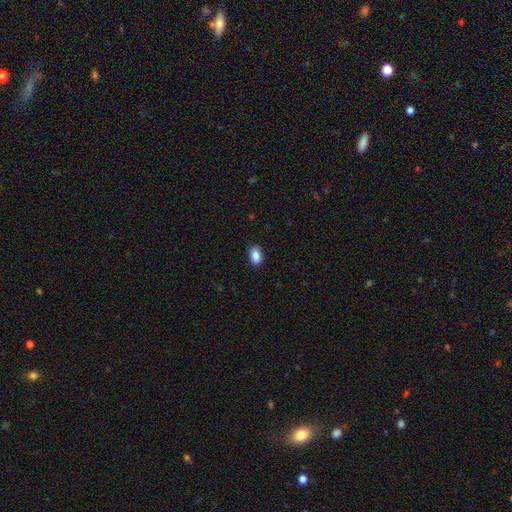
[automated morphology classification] A smooth galaxy with no disk features (89%) that is in between round and cigar-shaped (89%).

Vote fractions:
- Smooth or featured? smooth: 89% / star or artifact: 8% / featured or disk: 3%
- How rounded? in between: 89% / round: 10% / cigar-shaped: 1%
- Merging? none: 89% / minor disturbance: 8% / major disturbance: 2% / merger: 1%